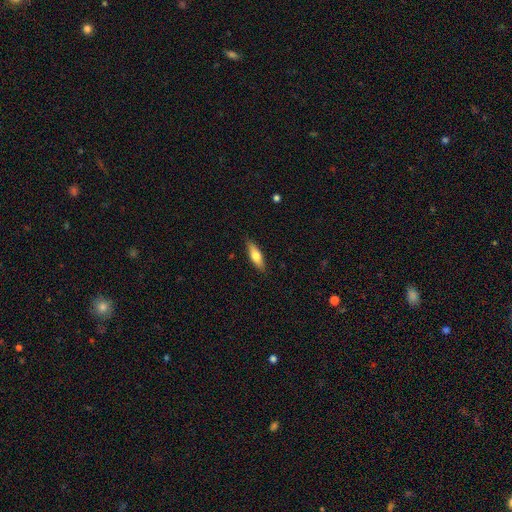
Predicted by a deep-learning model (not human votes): smooth-or-featured: smooth: 65% | featured or disk: 29% | star or artifact: 6%
  how-rounded: in between: 50% | cigar-shaped: 47% | round: 2%
  merging: none: 88% | minor disturbance: 9% | major disturbance: 2% | merger: 1%